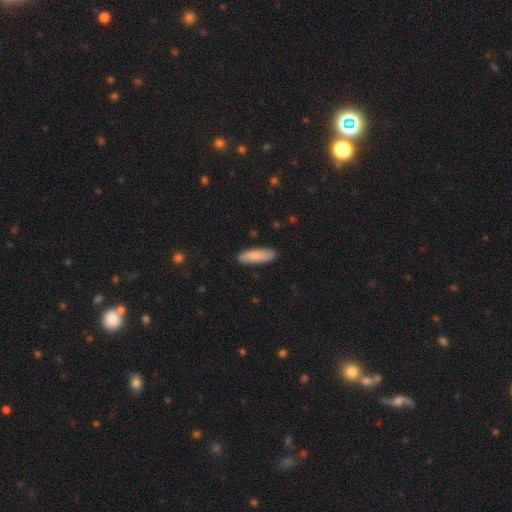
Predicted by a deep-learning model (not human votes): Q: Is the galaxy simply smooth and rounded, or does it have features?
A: smooth — 86%.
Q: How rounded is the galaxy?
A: cigar-shaped — 54%.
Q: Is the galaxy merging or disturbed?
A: none — 88%.